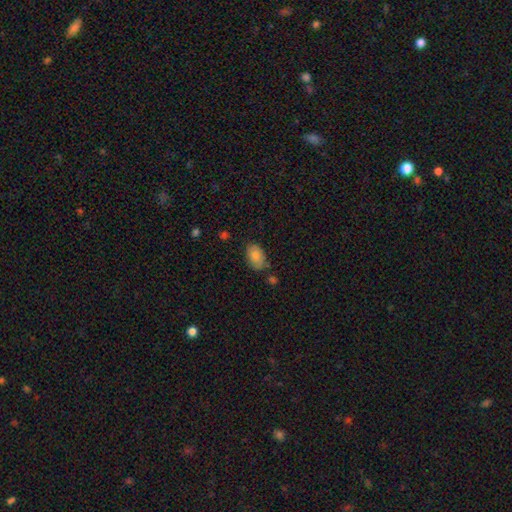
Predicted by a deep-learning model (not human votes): This is clearly a smooth galaxy (85%). How rounded: clearly in between (89%). Merging: likely none (66%).